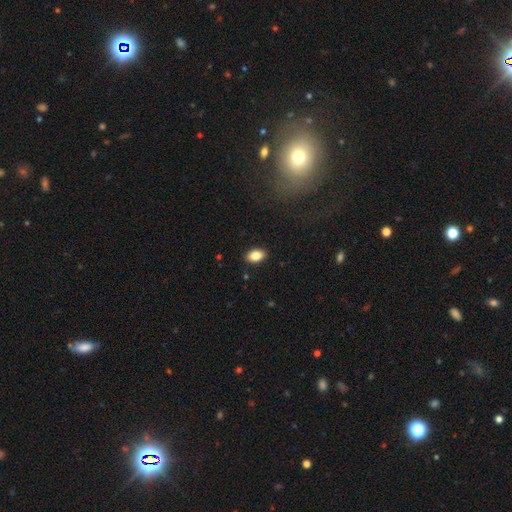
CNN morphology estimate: A smooth galaxy with no disk features (85%) that is in between round and cigar-shaped (88%).

Vote fractions:
- Smooth or featured? smooth: 85% / star or artifact: 8% / featured or disk: 7%
- How rounded? in between: 88% / round: 11% / cigar-shaped: 2%
- Merging? none: 89% / minor disturbance: 8% / major disturbance: 2% / merger: 1%